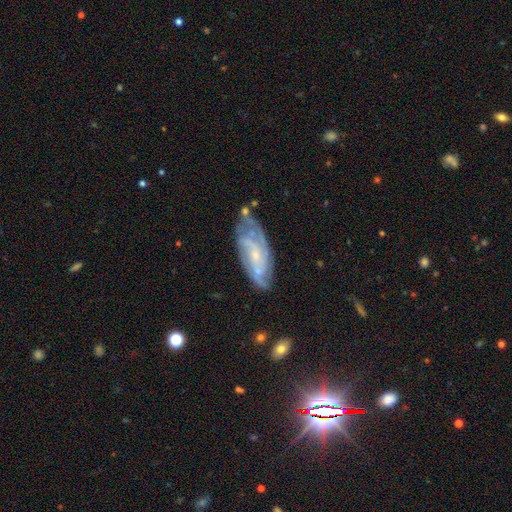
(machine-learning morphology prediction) Smooth or featured: featured or disk — 79% (smooth — 14%)
Edge-on disk: no — 91% (yes — 9%)
Bar: no — 56% (weak — 35%)
Spiral arms: yes — 92% (no — 8%)
Spiral winding: tight — 51% (medium — 38%)
Spiral arm count: can't tell — 35% (2 — 26%)
Bulge size: small — 75% (moderate — 17%)
Merging: none — 63% (minor disturbance — 24%)